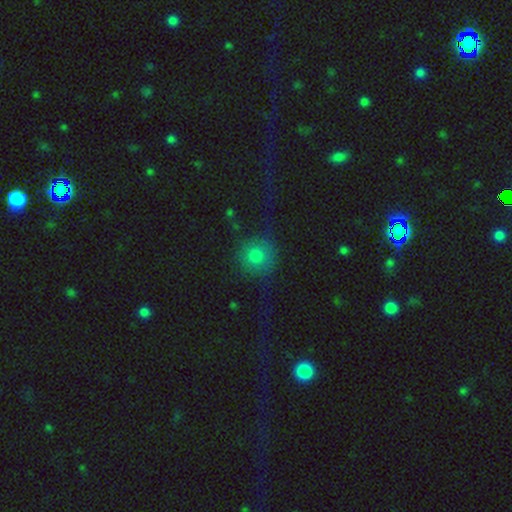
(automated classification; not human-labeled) smooth 73%, star or artifact 14%, featured or disk 13%. Down the decision tree: how rounded — round (92%); merging — none (67%).